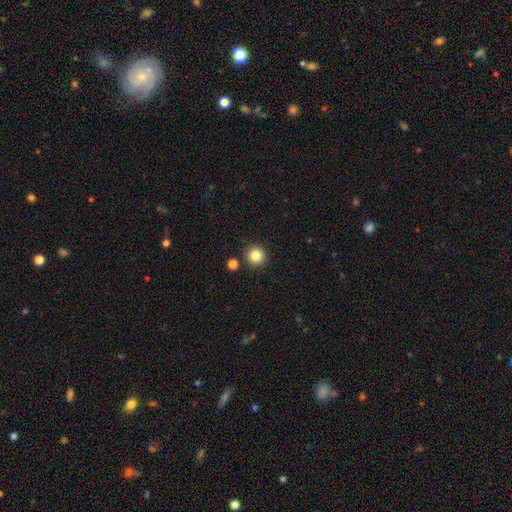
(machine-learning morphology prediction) This is clearly a smooth galaxy (83%). How rounded: clearly round (95%). Merging: clearly none (90%).